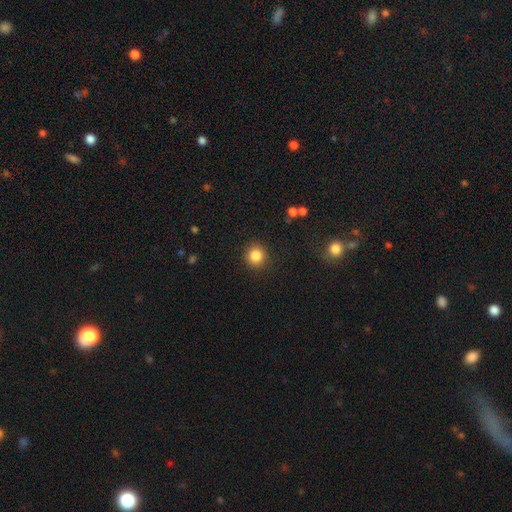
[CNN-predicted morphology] Smooth or featured?
  - smooth: 85% *
  - star or artifact: 10%
  - featured or disk: 4%
How rounded?
  - round: 91% *
  - in between: 8%
  - cigar-shaped: 1%
Merging?
  - none: 90% *
  - minor disturbance: 6%
  - major disturbance: 2%
  - merger: 1%